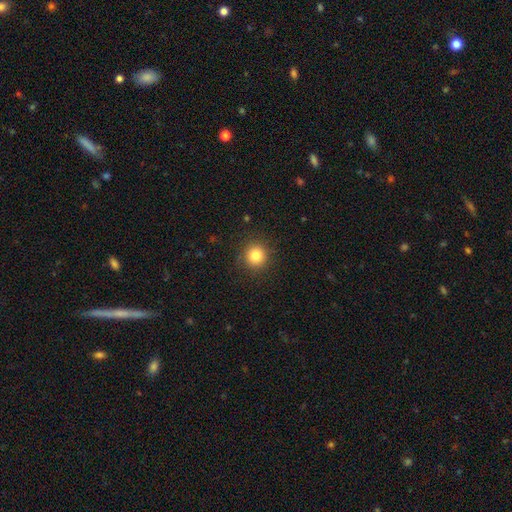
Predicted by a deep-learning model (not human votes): Overall: smooth (82%). How rounded: round (93%). Merging: none (89%).